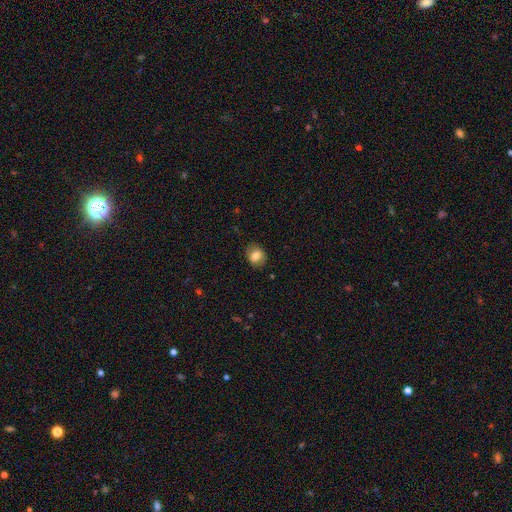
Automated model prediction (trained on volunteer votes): Overall: smooth (76%). How rounded: round (52%; in between 47%). Merging: none (81%).